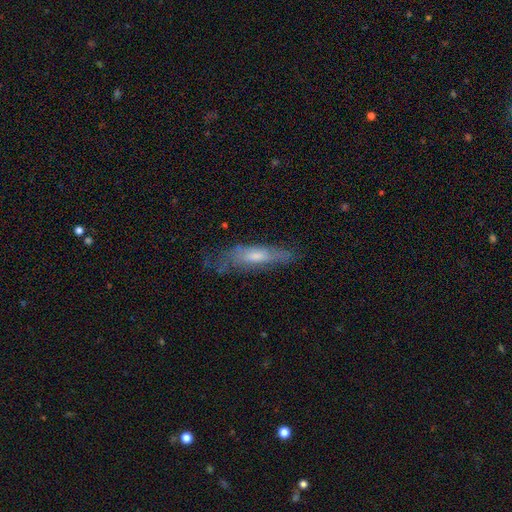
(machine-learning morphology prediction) This is possibly a smooth galaxy (48%). Merging: possibly none (57%).